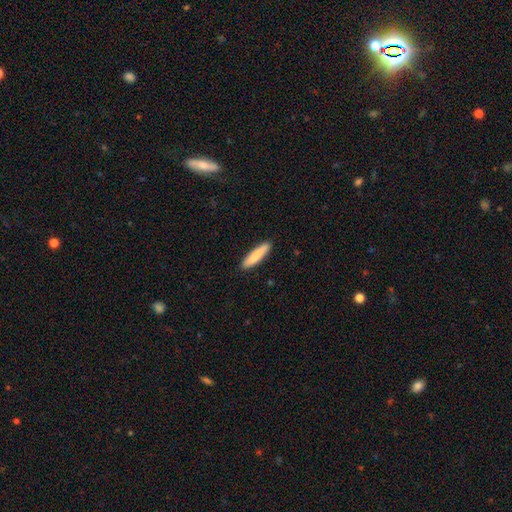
Smooth or featured? smooth (82%)
How rounded? cigar-shaped (94%)
Merging? none (100%)